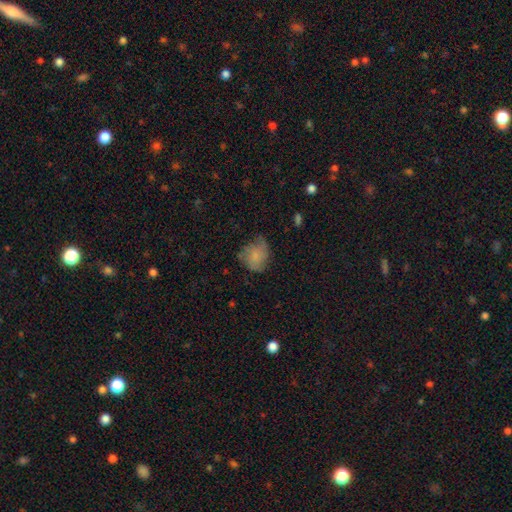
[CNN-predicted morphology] smooth_or_featured: smooth (p=0.68) [alt: featured or disk p=0.24]
how_rounded: round (p=0.66) [alt: in between p=0.33]
merging: none (p=0.50) [alt: minor disturbance p=0.34]